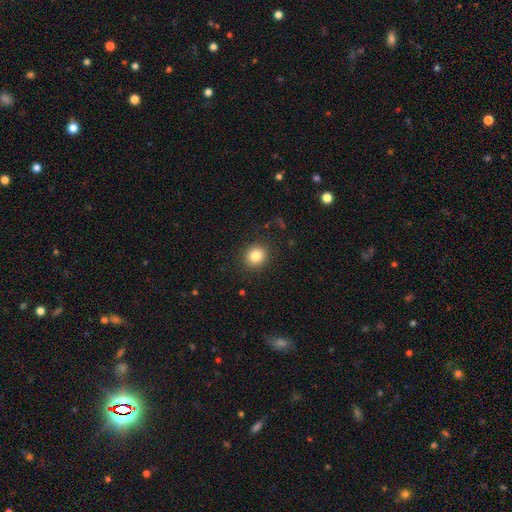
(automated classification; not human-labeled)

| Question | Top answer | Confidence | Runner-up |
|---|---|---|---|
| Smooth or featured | smooth | 83% | star or artifact (10%) |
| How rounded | round | 80% | in between (19%) |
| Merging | none | 89% | minor disturbance (7%) |